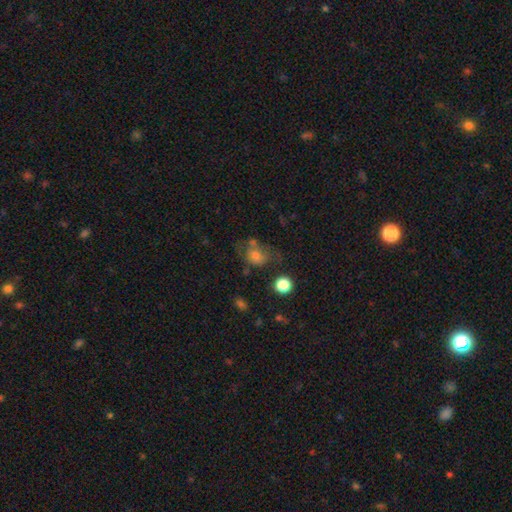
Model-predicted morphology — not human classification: The model was most divided on "how rounded": round: 52%, in between: 47%, cigar-shaped: 1%. Remaining: smooth or featured — smooth (66%); merging — none (40%).